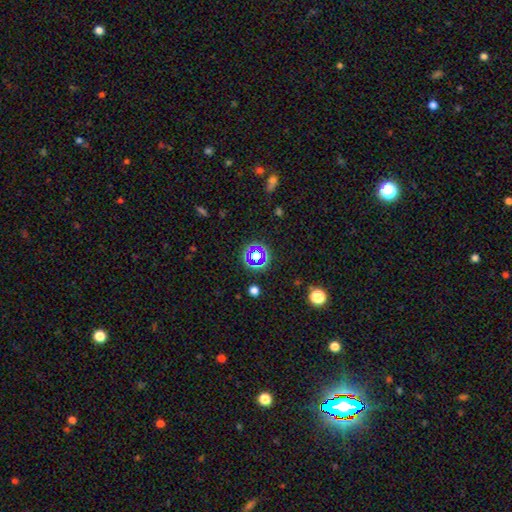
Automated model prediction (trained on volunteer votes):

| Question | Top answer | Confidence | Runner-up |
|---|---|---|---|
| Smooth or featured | star or artifact | 56% | smooth (32%) |